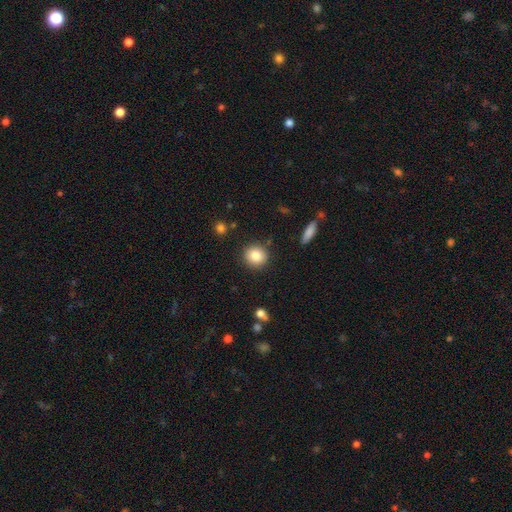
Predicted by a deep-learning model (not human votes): A smooth galaxy with no disk features (84%) that is round (87%).

Vote fractions:
- Smooth or featured? smooth: 84% / star or artifact: 9% / featured or disk: 7%
- How rounded? round: 87% / in between: 12% / cigar-shaped: 1%
- Merging? none: 88% / minor disturbance: 7% / major disturbance: 2% / merger: 2%